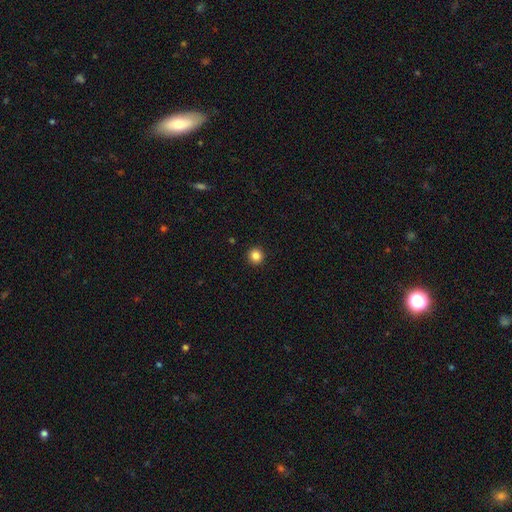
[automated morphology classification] smooth 85%, star or artifact 11%, featured or disk 4%. Down the decision tree: how rounded — round (95%); merging — none (93%).